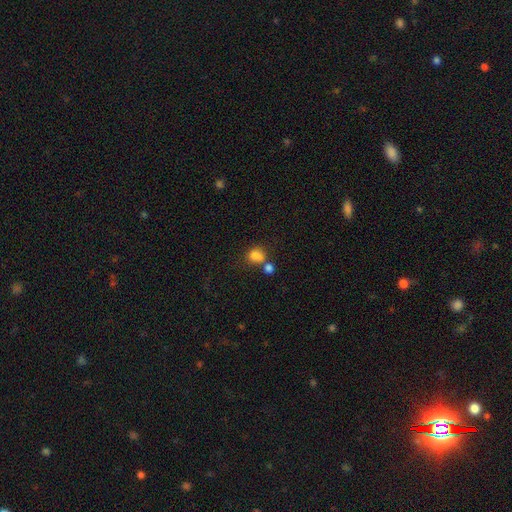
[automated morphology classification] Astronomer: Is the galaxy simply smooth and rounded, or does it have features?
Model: smooth — 80%.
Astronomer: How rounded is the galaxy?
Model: round — 62% (runner-up: in between, 37%).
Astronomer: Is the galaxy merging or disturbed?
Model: none — 43% (runner-up: merger, 38%).